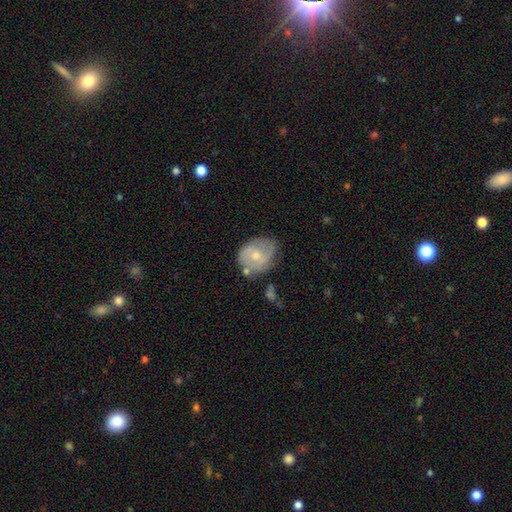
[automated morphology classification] The model was most divided on "bulge size": moderate: 49%, small: 46%, none: 2%, large: 2%, dominant: 1%. More confident: edge-on disk — no (97%); spiral arms — yes (82%); smooth or featured — featured or disk (62%); bar — no (60%); merging — none (58%).